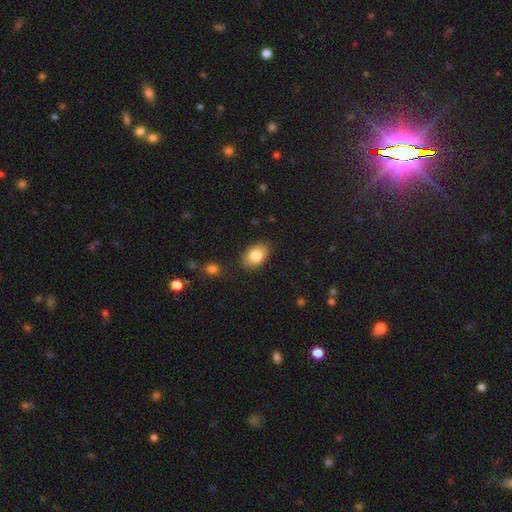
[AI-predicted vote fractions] smooth-or-featured: smooth: 82% | featured or disk: 11% | star or artifact: 7%
  how-rounded: in between: 89% | round: 10% | cigar-shaped: 1%
  merging: none: 86% | minor disturbance: 10% | major disturbance: 2% | merger: 2%